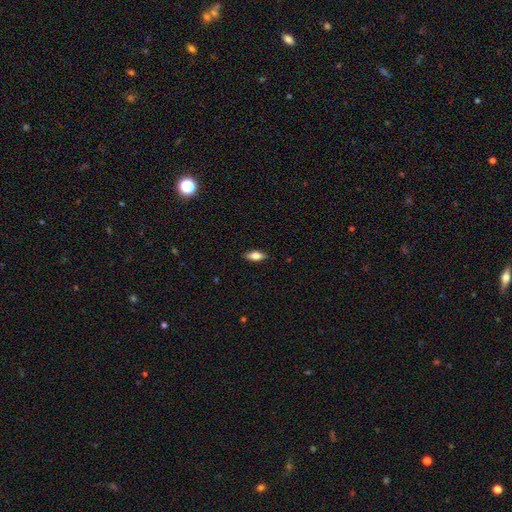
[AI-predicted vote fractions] Morphology: type=smooth (72%); roundness=in between (79%); merging=none (88%).